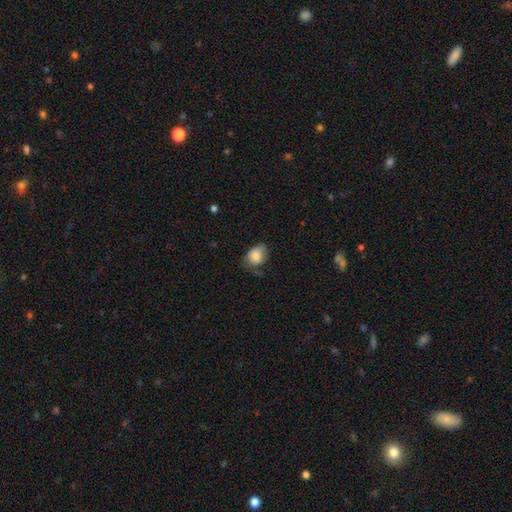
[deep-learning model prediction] The model was most divided on "merging": none: 39%, minor disturbance: 37%, major disturbance: 22%, merger: 2%. More confident: smooth or featured — smooth (79%); how rounded — in between (68%).